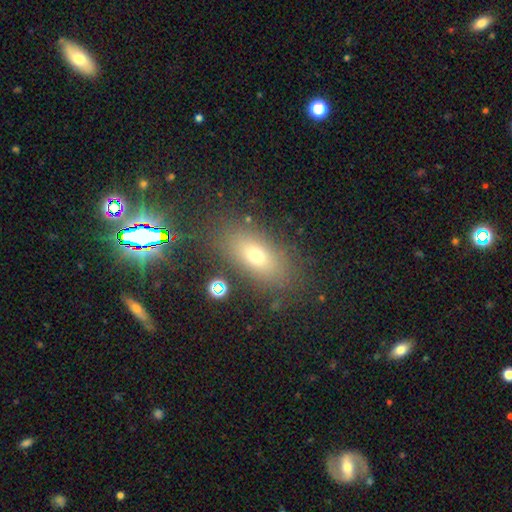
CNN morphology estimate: A smooth galaxy with no disk features (64%) that is in between round and cigar-shaped (79%). Merging: none (81%).